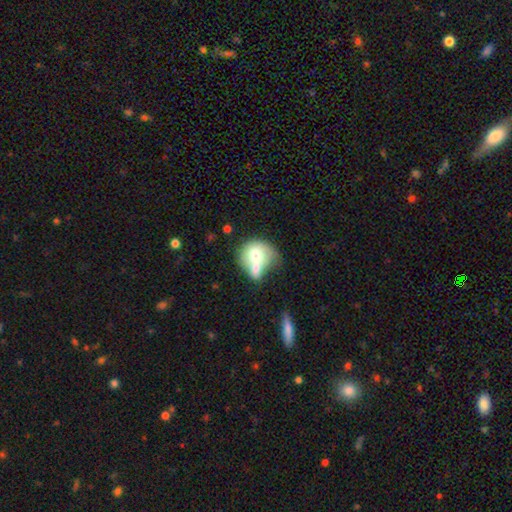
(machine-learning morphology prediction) This appears to be a smooth galaxy with no disk features (65%) that is round (71%). Merging: merger (56%).